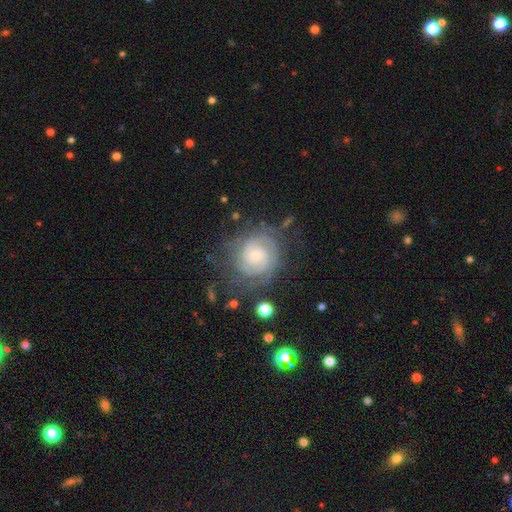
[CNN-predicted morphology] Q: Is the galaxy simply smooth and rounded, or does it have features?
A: featured or disk — 82%.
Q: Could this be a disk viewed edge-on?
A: no — 98%.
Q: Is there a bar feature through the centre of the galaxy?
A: no — 70%.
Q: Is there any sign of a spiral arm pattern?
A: yes — 96%.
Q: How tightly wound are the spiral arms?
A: tight — 72%.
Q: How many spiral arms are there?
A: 2 — 39%.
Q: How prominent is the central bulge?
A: small — 65%.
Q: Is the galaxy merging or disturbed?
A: none — 66%.